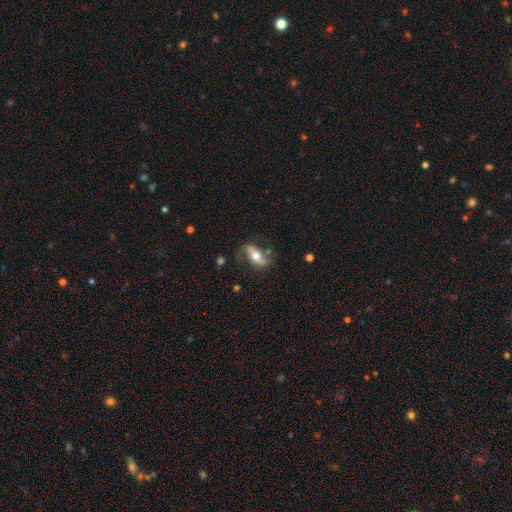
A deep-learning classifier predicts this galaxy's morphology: Smooth or featured?
  - featured or disk: 65% *
  - smooth: 29%
  - star or artifact: 7%
Edge-on disk?
  - no: 78% *
  - yes: 22%
Bar?
  - no: 40% *
  - strong: 38%
  - weak: 23%
Spiral arms?
  - yes: 77% *
  - no: 23%
Bulge size?
  - moderate: 71% *
  - small: 14%
  - large: 12%
  - dominant: 2%
  - none: 1%
Merging?
  - none: 67% *
  - minor disturbance: 20%
  - major disturbance: 10%
  - merger: 3%